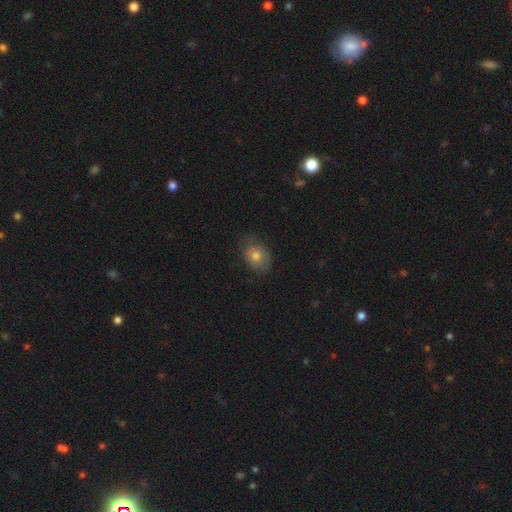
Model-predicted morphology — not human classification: Smooth or featured?
  - smooth: 65% *
  - featured or disk: 24%
  - star or artifact: 11%
How rounded?
  - in between: 56% *
  - round: 43%
  - cigar-shaped: 1%
Merging?
  - none: 68% *
  - minor disturbance: 23%
  - major disturbance: 7%
  - merger: 1%